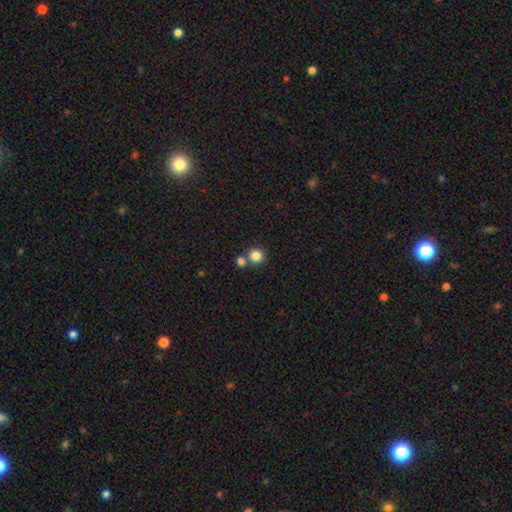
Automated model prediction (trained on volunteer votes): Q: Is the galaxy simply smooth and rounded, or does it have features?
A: smooth — 84%.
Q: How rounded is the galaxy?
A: round — 92%.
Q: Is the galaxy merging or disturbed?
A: none — 65%.